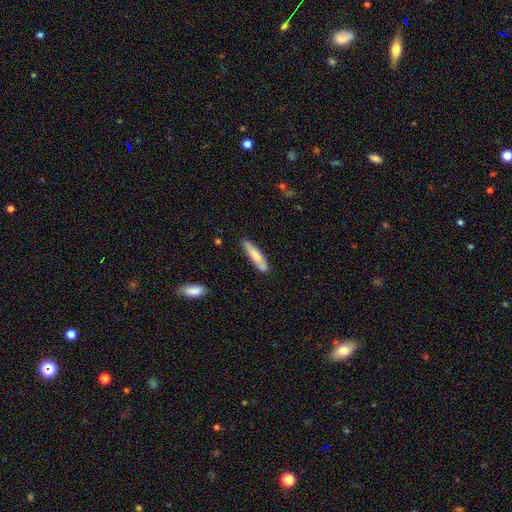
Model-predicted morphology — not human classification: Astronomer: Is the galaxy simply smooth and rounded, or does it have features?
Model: smooth — 69%.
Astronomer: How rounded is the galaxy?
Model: cigar-shaped — 83%.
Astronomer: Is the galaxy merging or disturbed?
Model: none — 73%.